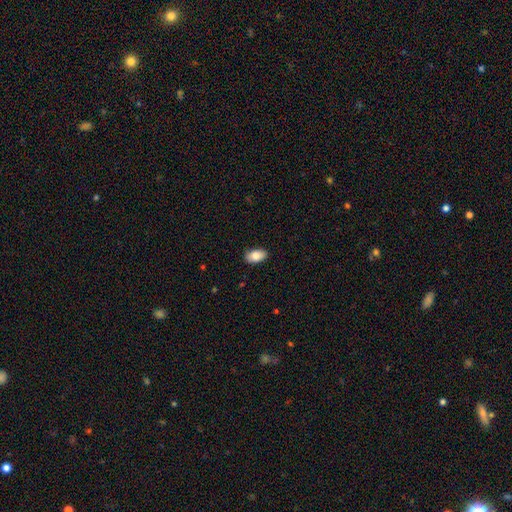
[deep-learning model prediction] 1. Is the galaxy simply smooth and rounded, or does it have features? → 83% smooth, 10% featured or disk, 7% star or artifact.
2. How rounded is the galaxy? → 93% in between, 5% round, 2% cigar-shaped.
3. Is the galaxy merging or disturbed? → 87% none, 10% minor disturbance, 2% major disturbance, 1% merger.